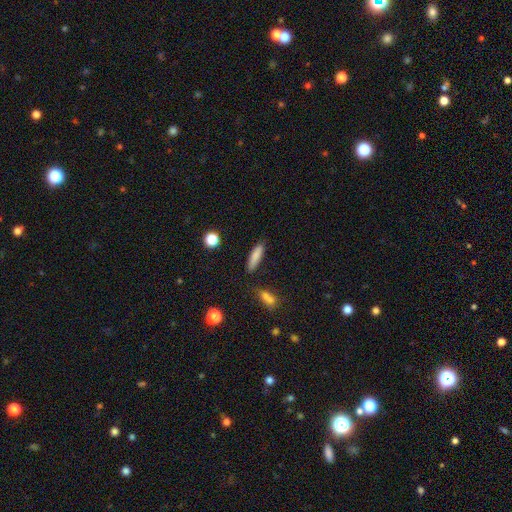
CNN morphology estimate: Smooth or featured? Predicted: smooth (p=0.83). How rounded? Predicted: cigar-shaped (p=0.68). Merging? Predicted: none (p=0.83).